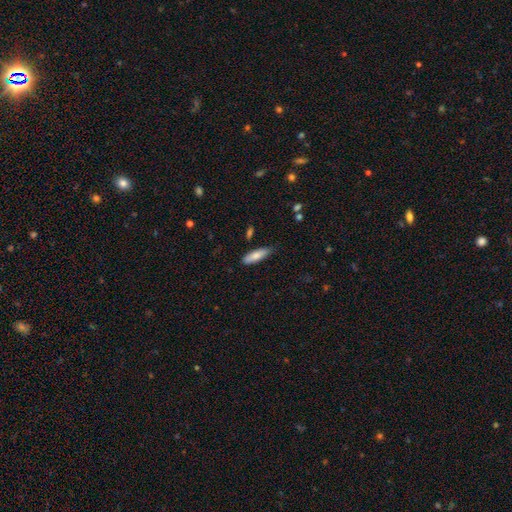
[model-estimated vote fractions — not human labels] Smooth or featured: smooth — 79% (featured or disk — 15%)
How rounded: cigar-shaped — 53% (in between — 46%)
Merging: none — 78% (minor disturbance — 17%)